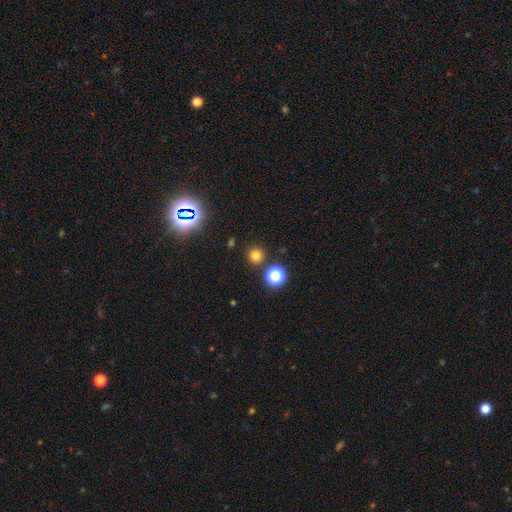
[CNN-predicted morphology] Q: Smooth or featured?
A: smooth (75%); runner-up: star or artifact (20%)
Q: How rounded?
A: round (94%); runner-up: in between (5%)
Q: Merging?
A: none (87%); runner-up: minor disturbance (6%)